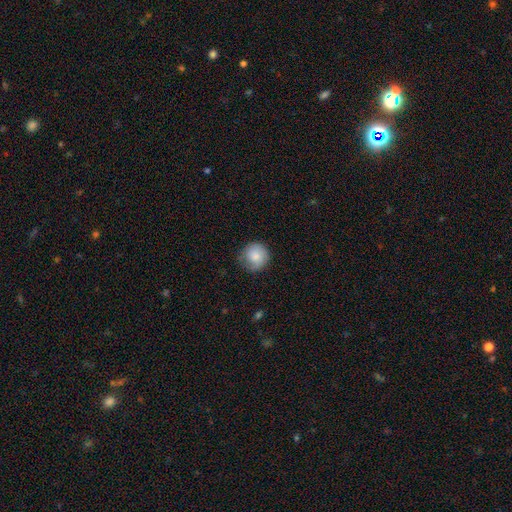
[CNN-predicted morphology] This appears to be a smooth galaxy with no disk features (81%) that is round (92%). Merging: none (70%).